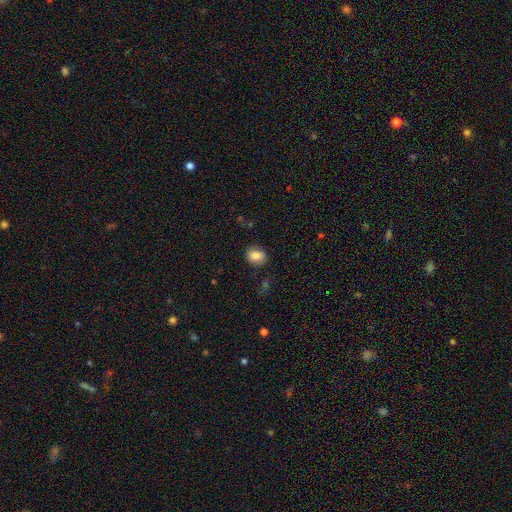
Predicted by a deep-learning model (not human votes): This appears to be a smooth galaxy with no disk features (85%) that is in between round and cigar-shaped (59%). Merging: none (80%).